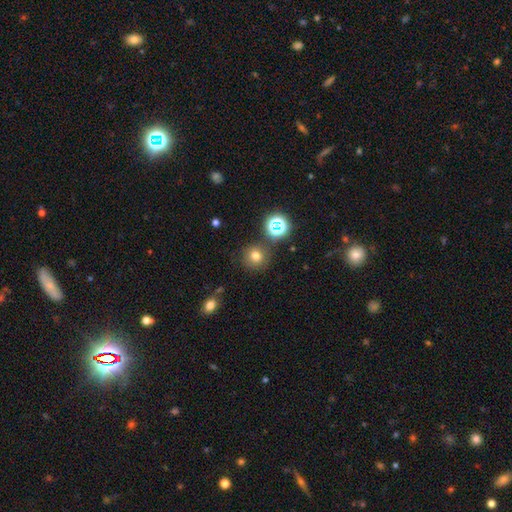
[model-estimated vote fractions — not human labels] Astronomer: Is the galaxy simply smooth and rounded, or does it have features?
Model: smooth — 72%.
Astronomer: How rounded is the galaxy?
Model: round — 92%.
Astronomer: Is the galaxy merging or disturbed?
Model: none — 83%.